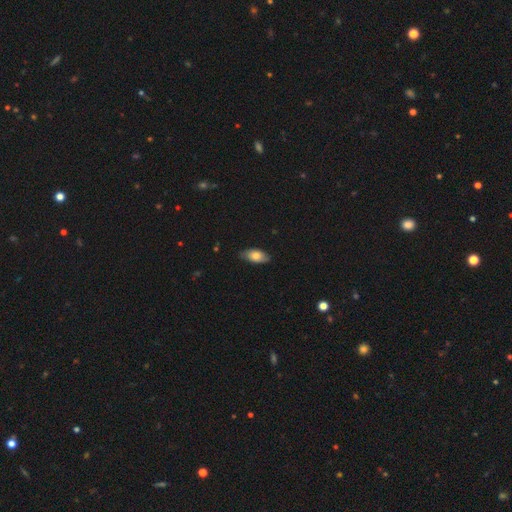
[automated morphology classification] Smooth or featured? Predicted: smooth (p=0.71). How rounded? Predicted: in between (p=0.91). Merging? Predicted: none (p=0.78).